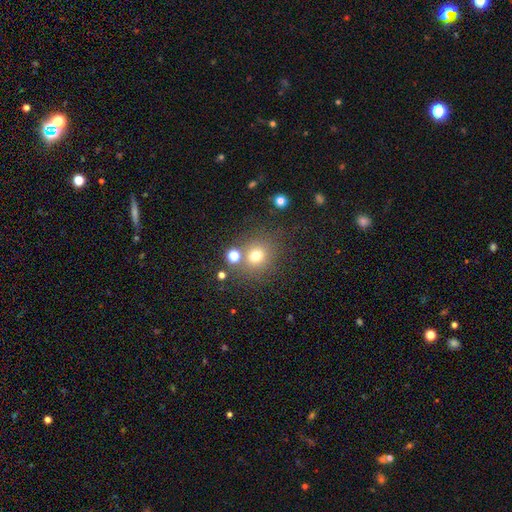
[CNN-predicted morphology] The model was most divided on "smooth or featured": smooth: 72%, star or artifact: 18%, featured or disk: 10%. More confident: how rounded — round (86%); merging — none (74%).